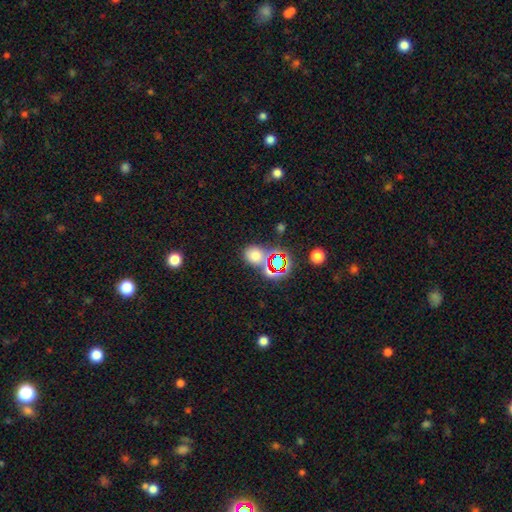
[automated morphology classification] Smooth or featured? Predicted: smooth (p=0.63). How rounded? Predicted: round (p=0.63). Merging? Predicted: none (p=0.66).